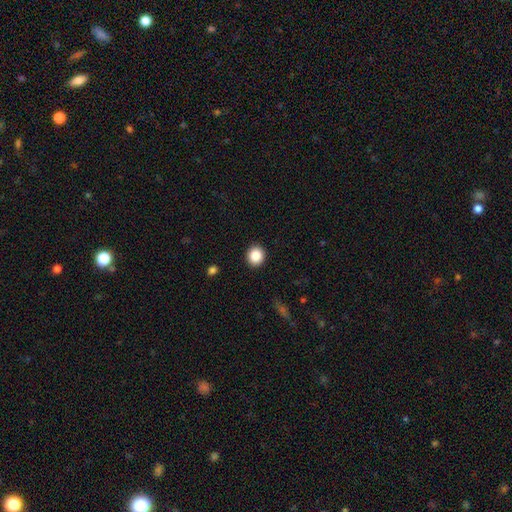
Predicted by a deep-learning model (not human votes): Morphology: type=smooth (87%); roundness=round (84%); merging=none (92%).